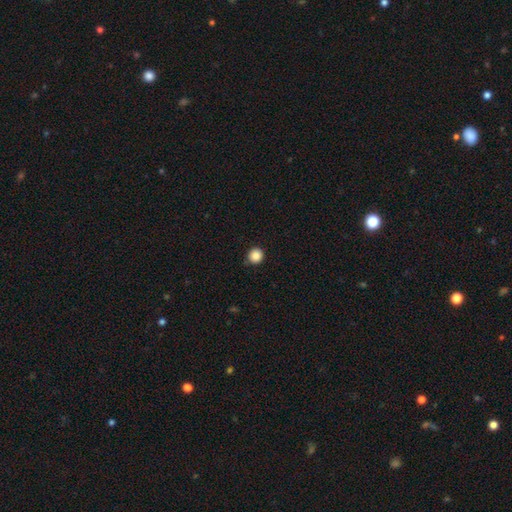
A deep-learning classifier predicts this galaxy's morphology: The model was most divided on "smooth or featured": smooth: 87%, star or artifact: 10%, featured or disk: 3%. More confident: how rounded — round (94%); merging — none (88%).